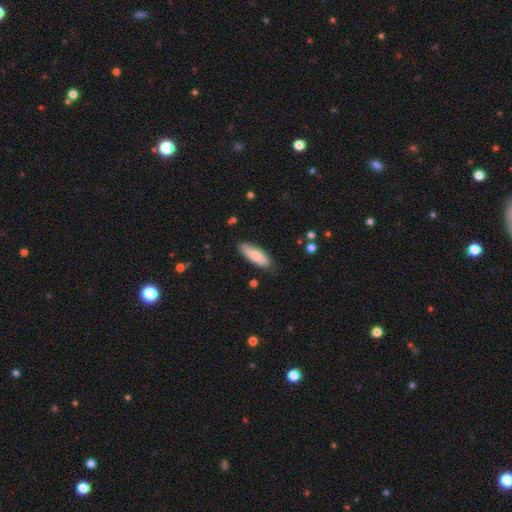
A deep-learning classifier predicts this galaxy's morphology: Smooth or featured: smooth — 78% (featured or disk — 17%)
How rounded: in between — 57% (cigar-shaped — 42%)
Merging: none — 82% (minor disturbance — 14%)